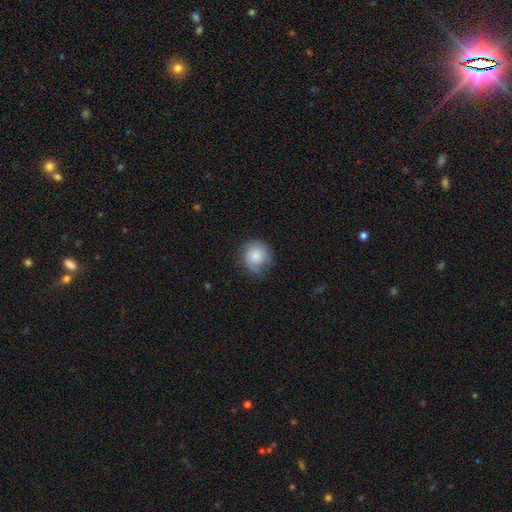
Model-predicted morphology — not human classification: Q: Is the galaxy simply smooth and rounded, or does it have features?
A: smooth — 67%.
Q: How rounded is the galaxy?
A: round — 85%.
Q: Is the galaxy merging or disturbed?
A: none — 63%.